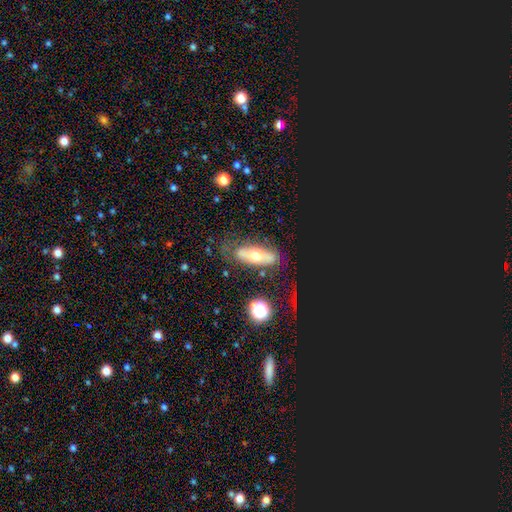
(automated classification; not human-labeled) Smooth or featured: featured or disk — 52% (smooth — 39%)
Edge-on disk: no — 69% (yes — 31%)
Merging: none — 62% (minor disturbance — 21%)